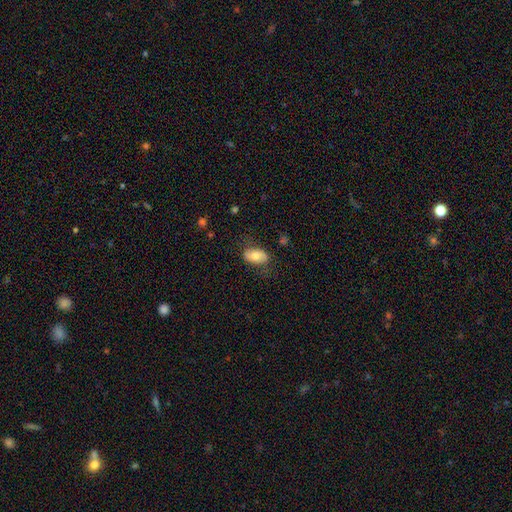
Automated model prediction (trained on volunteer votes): Overall: smooth (71%). How rounded: in between (92%). Merging: none (74%).